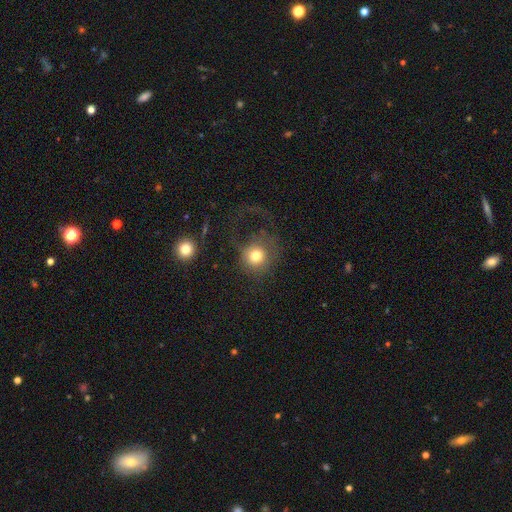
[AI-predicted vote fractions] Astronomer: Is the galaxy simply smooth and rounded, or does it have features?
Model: smooth — 73%.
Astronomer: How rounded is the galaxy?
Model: round — 89%.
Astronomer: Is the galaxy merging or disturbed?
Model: none — 44% (runner-up: major disturbance, 38%).